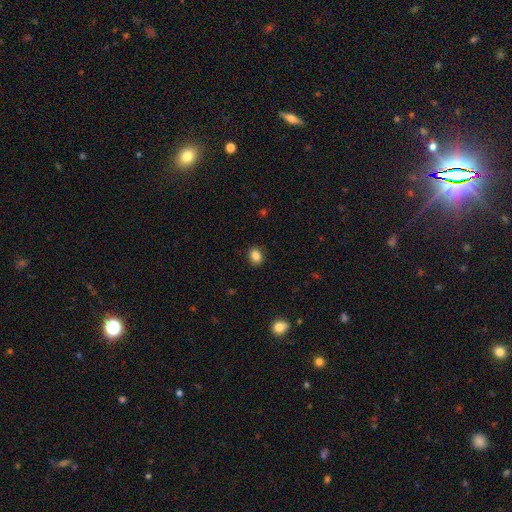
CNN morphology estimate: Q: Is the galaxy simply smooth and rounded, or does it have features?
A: smooth — 86%.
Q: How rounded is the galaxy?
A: in between — 64%.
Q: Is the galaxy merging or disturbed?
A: none — 89%.